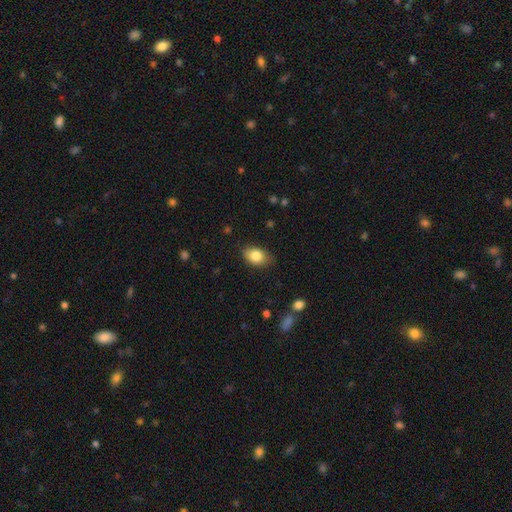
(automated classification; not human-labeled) Overall: smooth (83%). How rounded: in between (81%). Merging: none (80%).